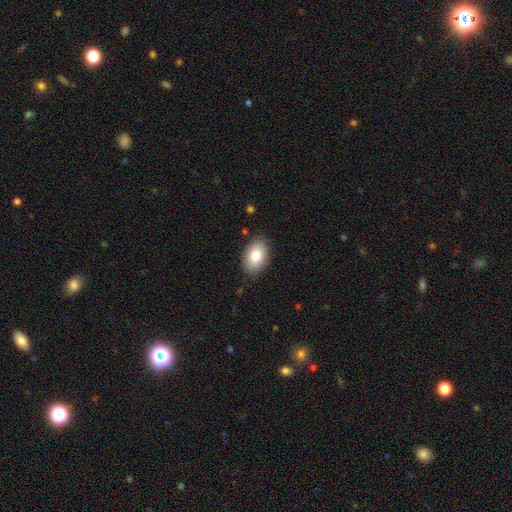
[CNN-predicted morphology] Smooth or featured: smooth — 85% (featured or disk — 9%)
How rounded: in between — 89% (round — 10%)
Merging: none — 86% (minor disturbance — 11%)